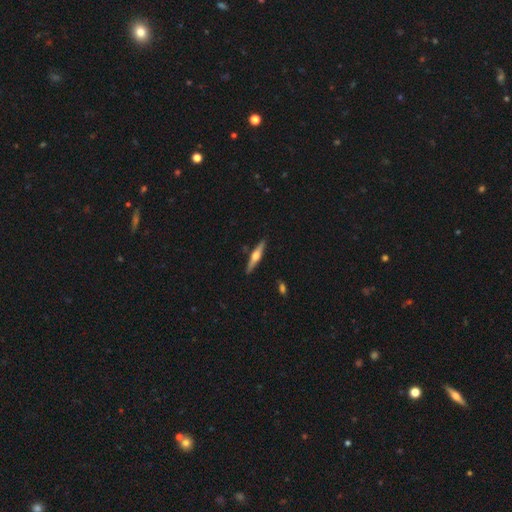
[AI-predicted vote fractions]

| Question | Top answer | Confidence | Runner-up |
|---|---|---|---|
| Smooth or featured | featured or disk | 65% | smooth (29%) |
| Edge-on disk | yes | 97% | no (3%) |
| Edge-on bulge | rounded | 92% | boxy (5%) |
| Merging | none | 89% | minor disturbance (8%) |